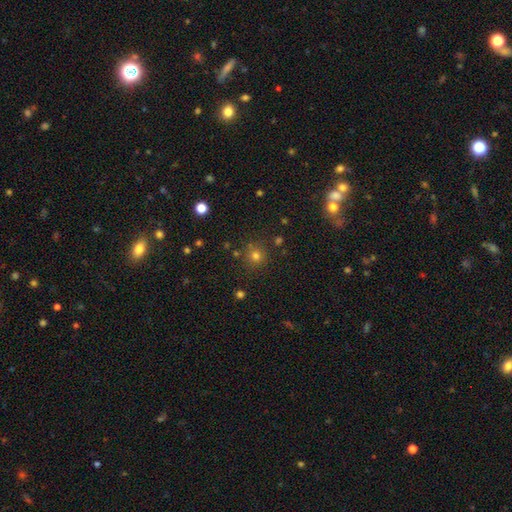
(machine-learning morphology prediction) A smooth galaxy with no disk features (71%) that is round (93%). Merging: none (84%).